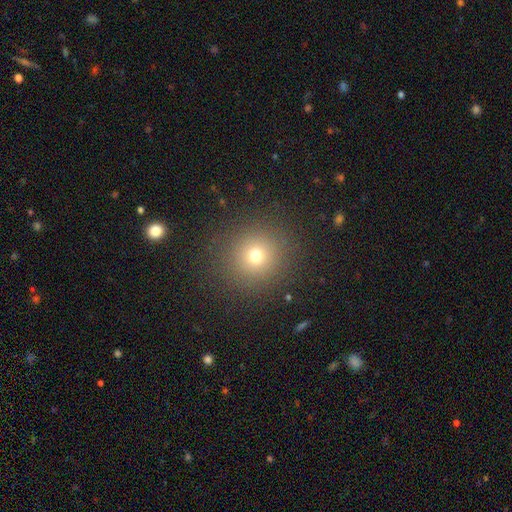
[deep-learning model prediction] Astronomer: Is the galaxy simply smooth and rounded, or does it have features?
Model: smooth — 71%.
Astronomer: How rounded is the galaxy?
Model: round — 93%.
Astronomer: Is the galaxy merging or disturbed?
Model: none — 88%.